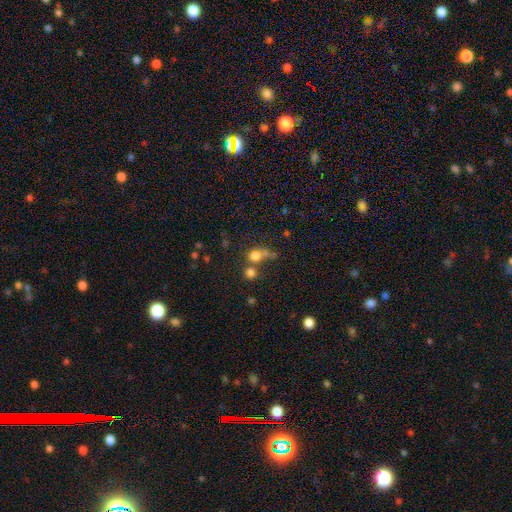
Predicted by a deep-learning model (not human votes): The model was most divided on "merging": none: 49%, merger: 36%, minor disturbance: 9%, major disturbance: 6%. More confident: how rounded — round (81%); smooth or featured — smooth (74%).